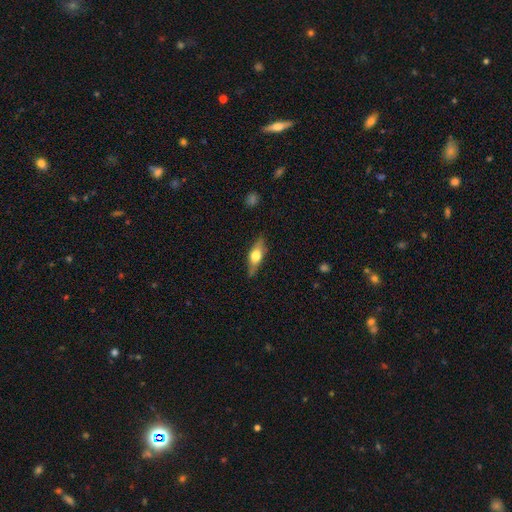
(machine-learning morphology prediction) Smooth or featured: smooth — 48% (featured or disk — 46%)
Merging: none — 82% (minor disturbance — 14%)